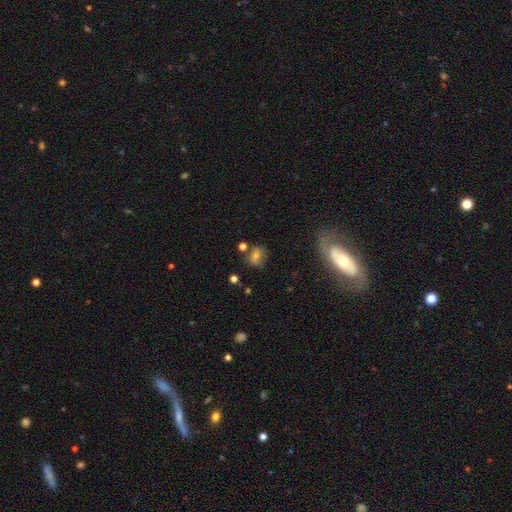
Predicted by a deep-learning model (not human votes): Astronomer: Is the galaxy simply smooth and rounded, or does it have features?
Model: smooth — 57%.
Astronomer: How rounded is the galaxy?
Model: round — 61% (runner-up: in between, 37%).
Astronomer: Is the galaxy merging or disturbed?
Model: none — 67%.